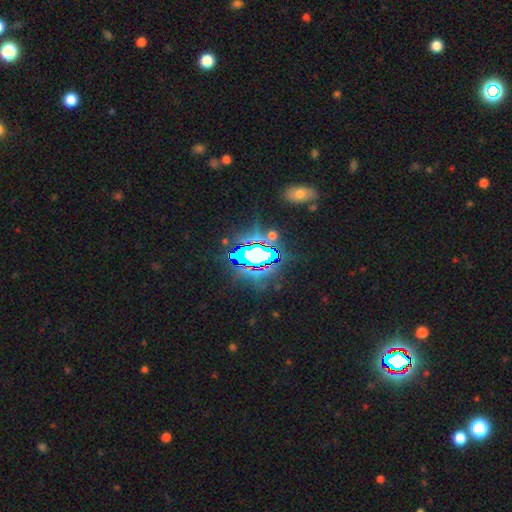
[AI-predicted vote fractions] Smooth or featured? star or artifact (73%)